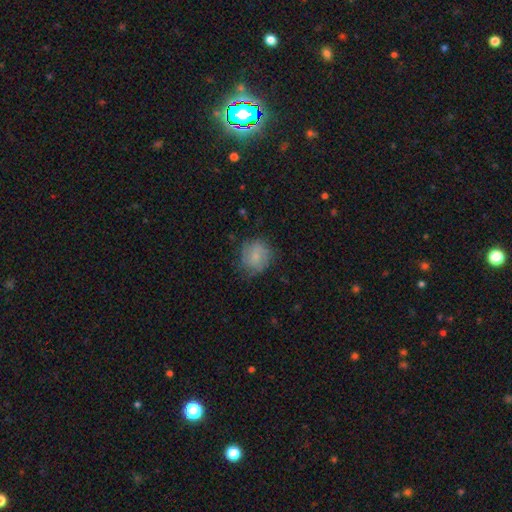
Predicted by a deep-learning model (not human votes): Overall: smooth (60%; featured or disk 32%). How rounded: round (82%). Merging: none (66%).